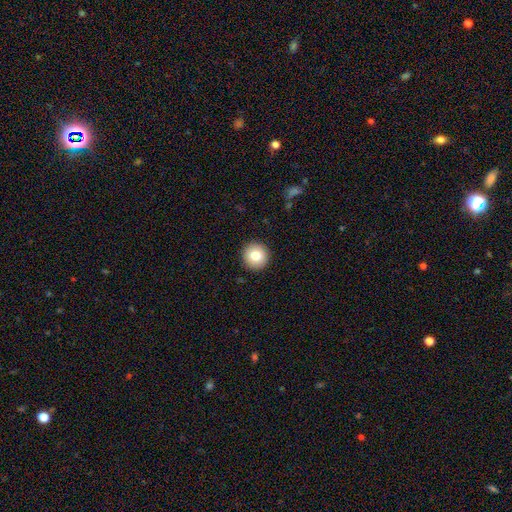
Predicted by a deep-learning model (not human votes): This is likely a smooth galaxy (80%). How rounded: clearly round (95%). Merging: clearly none (92%).